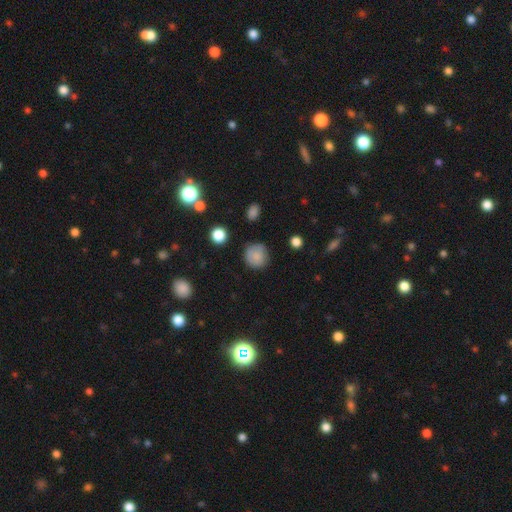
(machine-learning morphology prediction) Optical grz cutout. It shows a smooth galaxy with no disk features (81%) that is round (90%). Merging: none (78%).